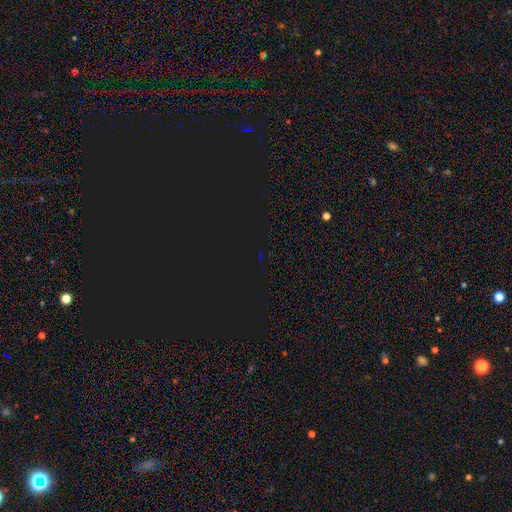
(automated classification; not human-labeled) Overall: star or artifact (81%).